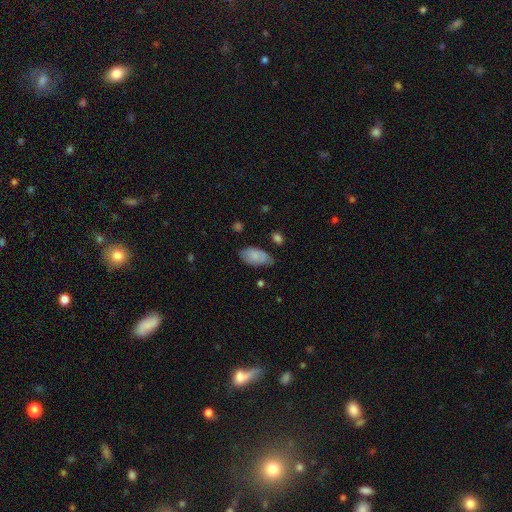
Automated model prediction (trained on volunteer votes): This is clearly a smooth galaxy (83%). How rounded: clearly in between (94%). Merging: likely none (64%).